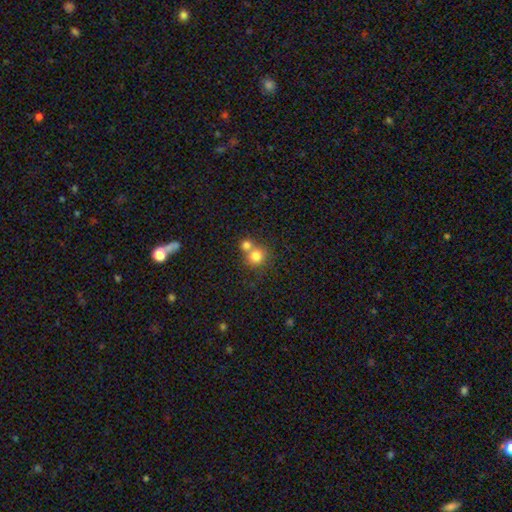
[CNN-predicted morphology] A smooth galaxy with no disk features (78%) that is round (88%). Merging: merger (46%).